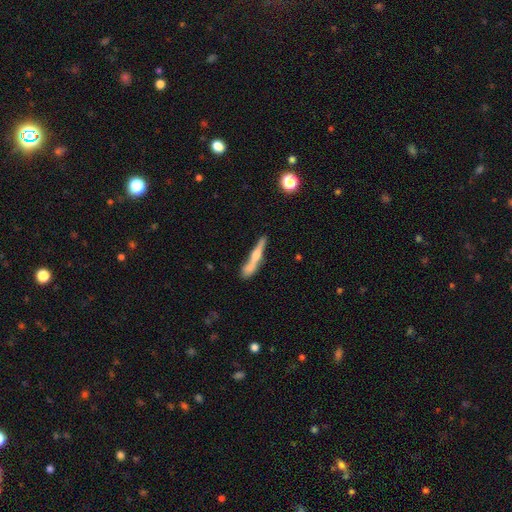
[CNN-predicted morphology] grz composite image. It shows a featured or disk galaxy (60%) viewed edge-on (94%) with a rounded central bulge (83%). Merging: none (66%).